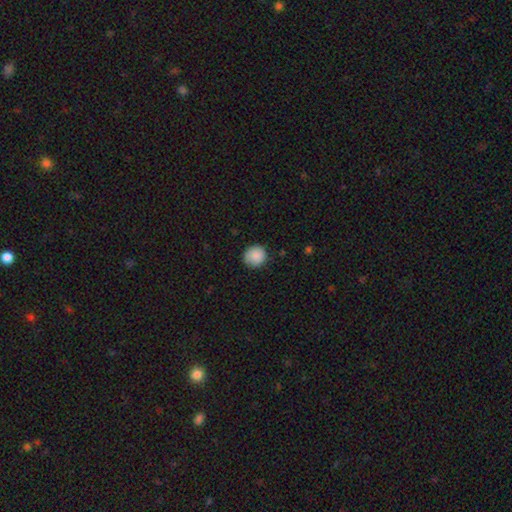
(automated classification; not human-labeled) smooth-or-featured: smooth: 89% | star or artifact: 8% | featured or disk: 4%
  how-rounded: round: 90% | in between: 9% | cigar-shaped: 1%
  merging: none: 86% | minor disturbance: 11% | major disturbance: 2% | merger: 1%